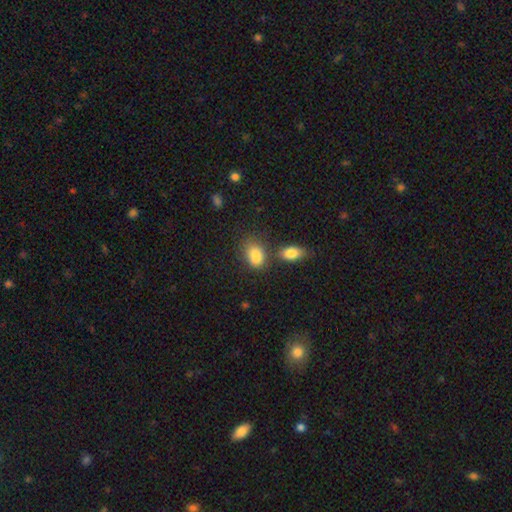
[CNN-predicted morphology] The model was most divided on "merging": none: 50%, merger: 23%, minor disturbance: 20%, major disturbance: 7%. More confident: smooth or featured — smooth (85%); how rounded — in between (79%).